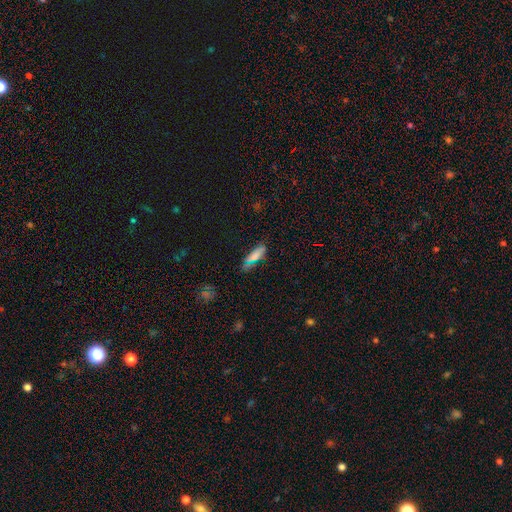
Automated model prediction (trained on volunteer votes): Smooth or featured? smooth (72%)
How rounded? in between (51%)
Merging? none (73%)